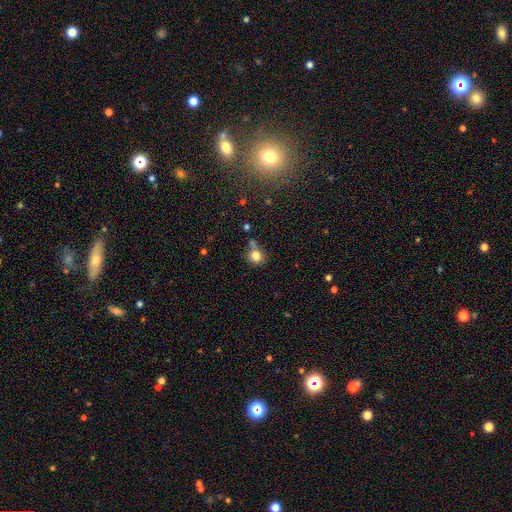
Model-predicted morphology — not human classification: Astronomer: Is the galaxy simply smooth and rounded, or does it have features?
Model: smooth — 80%.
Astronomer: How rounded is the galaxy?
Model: round — 83%.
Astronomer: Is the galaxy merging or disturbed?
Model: none — 58%.